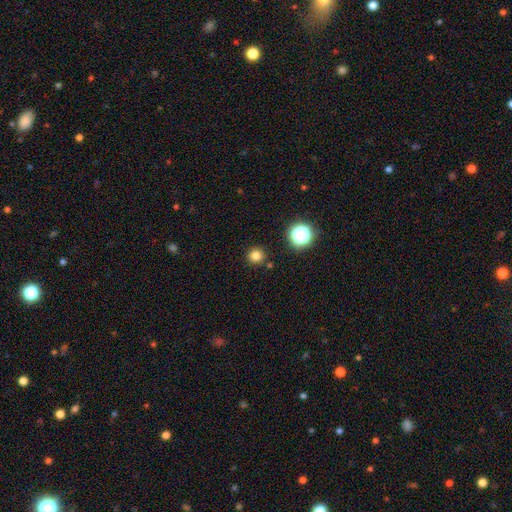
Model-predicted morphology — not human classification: smooth-or-featured: smooth: 79% | star or artifact: 16% | featured or disk: 5%
  how-rounded: round: 94% | in between: 5% | cigar-shaped: 1%
  merging: none: 89% | minor disturbance: 6% | merger: 3% | major disturbance: 2%